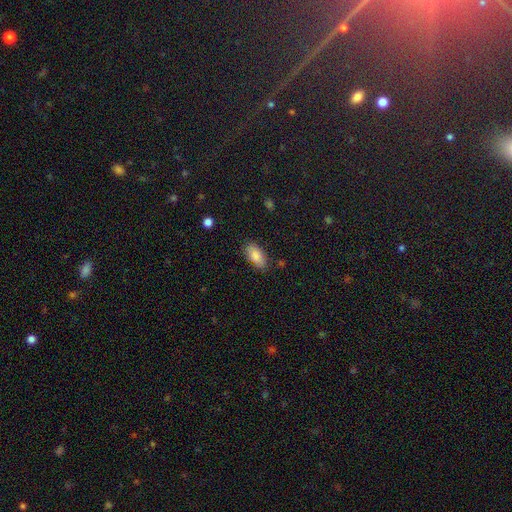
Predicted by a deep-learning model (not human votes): This appears to be a smooth galaxy with no disk features (87%) that is in between round and cigar-shaped (90%). Merging: none (83%).